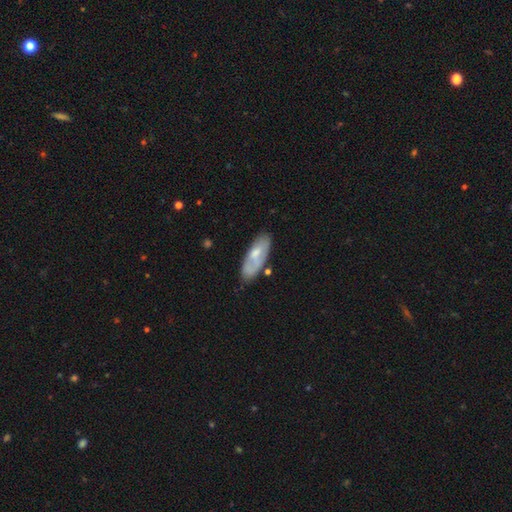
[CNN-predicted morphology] smooth 54%, featured or disk 40%, star or artifact 6%. Down the decision tree: how rounded — in between (76%); merging — none (64%).